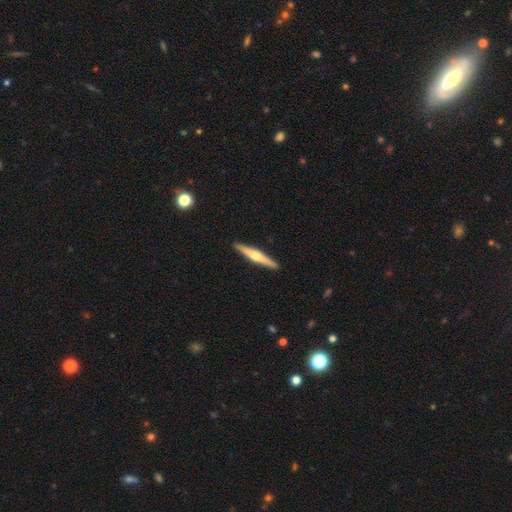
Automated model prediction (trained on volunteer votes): featured or disk 64%, smooth 31%, star or artifact 5%. Down the decision tree: edge-on disk — yes (98%); edge-on bulge — rounded (85%); merging — none (92%).